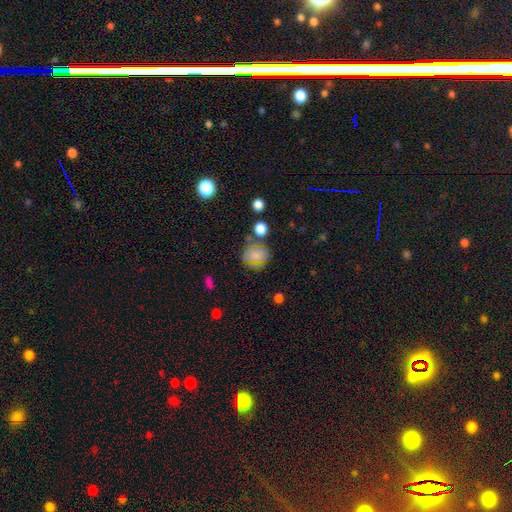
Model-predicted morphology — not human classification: Overall: smooth (70%). How rounded: round (68%; in between 30%). Merging: none (61%).